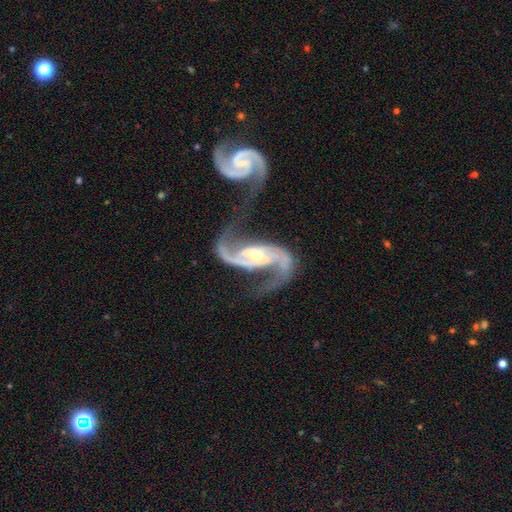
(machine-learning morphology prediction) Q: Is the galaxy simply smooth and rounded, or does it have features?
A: featured or disk — 93%.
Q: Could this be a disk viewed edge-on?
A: no — 97%.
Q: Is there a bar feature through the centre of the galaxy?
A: weak — 35%.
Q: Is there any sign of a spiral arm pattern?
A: yes — 98%.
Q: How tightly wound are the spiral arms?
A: medium — 45%.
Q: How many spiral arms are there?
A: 2 — 93%.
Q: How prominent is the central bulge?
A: small — 51%.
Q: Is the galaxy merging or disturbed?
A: merger — 39%.